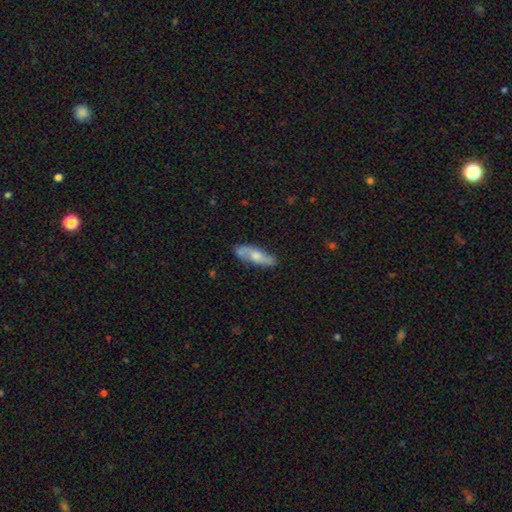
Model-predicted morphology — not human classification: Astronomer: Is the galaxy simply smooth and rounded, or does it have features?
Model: smooth — 50% (runner-up: featured or disk, 44%).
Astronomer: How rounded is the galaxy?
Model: in between — 49%, tied with cigar-shaped at 49%.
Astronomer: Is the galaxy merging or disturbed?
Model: none — 74%.